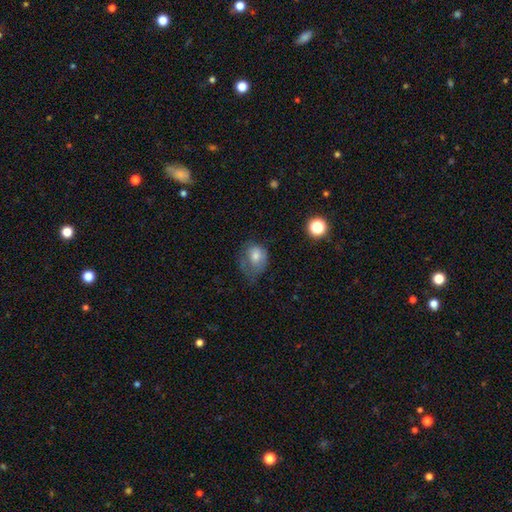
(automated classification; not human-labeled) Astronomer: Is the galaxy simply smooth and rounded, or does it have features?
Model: smooth — 63%.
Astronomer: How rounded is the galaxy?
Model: in between — 51% (runner-up: round, 48%).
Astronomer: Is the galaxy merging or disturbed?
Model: none — 34%, tied with major disturbance at 34%.